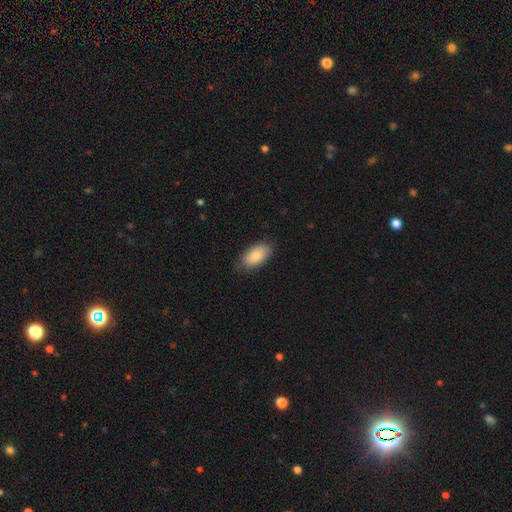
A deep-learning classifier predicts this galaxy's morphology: This is clearly a smooth galaxy (85%). How rounded: clearly in between (94%). Merging: clearly none (82%).